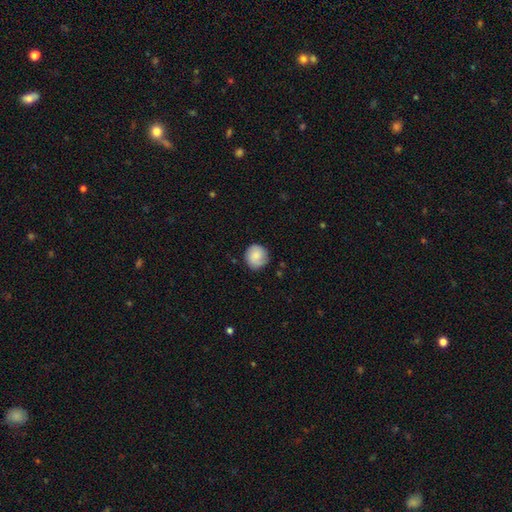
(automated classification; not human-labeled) This appears to be a smooth galaxy with no disk features (80%) that is round (91%). Merging: none (81%).